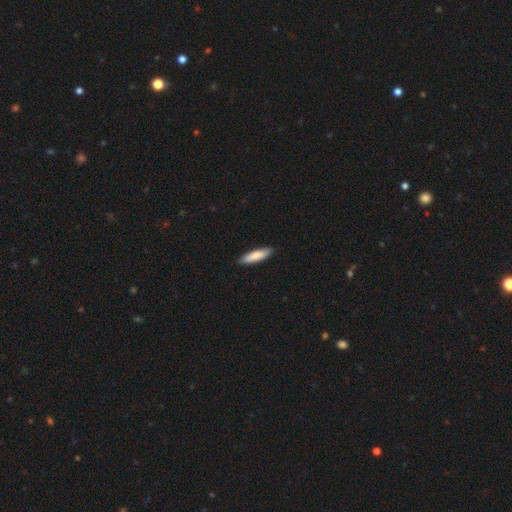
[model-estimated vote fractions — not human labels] smooth-or-featured: smooth: 83% | featured or disk: 12% | star or artifact: 5%
  how-rounded: cigar-shaped: 71% | in between: 28% | round: 1%
  merging: none: 89% | minor disturbance: 9% | major disturbance: 2% | merger: 1%